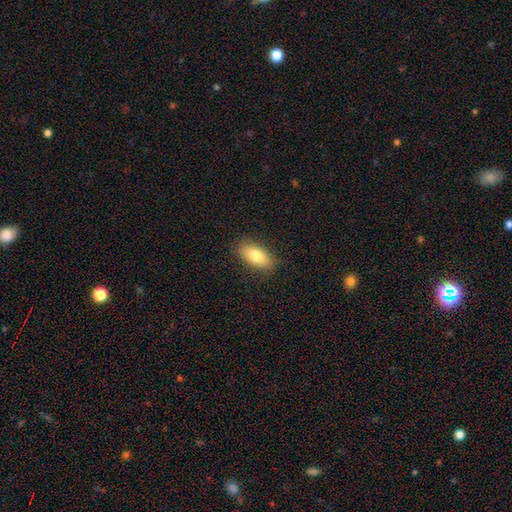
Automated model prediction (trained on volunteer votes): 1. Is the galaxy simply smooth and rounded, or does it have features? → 79% smooth, 14% featured or disk, 7% star or artifact.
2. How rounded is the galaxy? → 87% in between, 9% cigar-shaped, 4% round.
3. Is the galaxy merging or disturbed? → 87% none, 10% minor disturbance, 2% major disturbance, 1% merger.